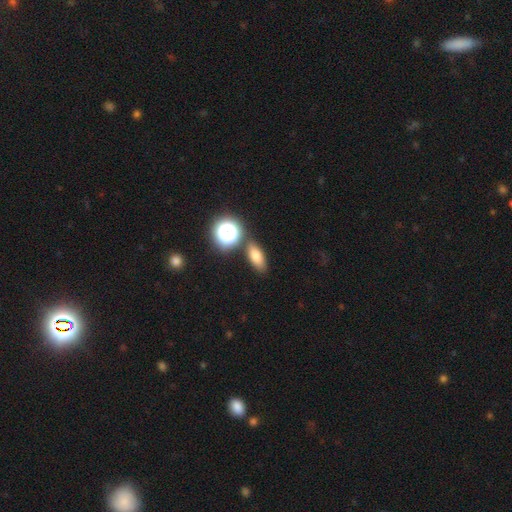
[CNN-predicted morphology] The model was most divided on "smooth or featured": smooth: 71%, star or artifact: 17%, featured or disk: 13%. More confident: merging — none (79%); how rounded — in between (71%).